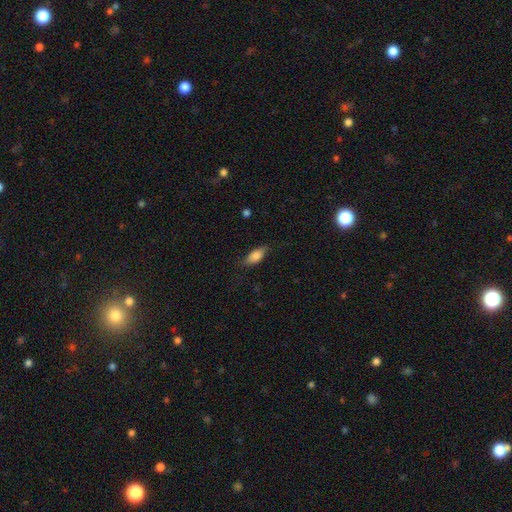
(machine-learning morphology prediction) Smooth or featured: smooth — 79% (featured or disk — 14%)
How rounded: in between — 82% (cigar-shaped — 14%)
Merging: none — 71% (minor disturbance — 22%)